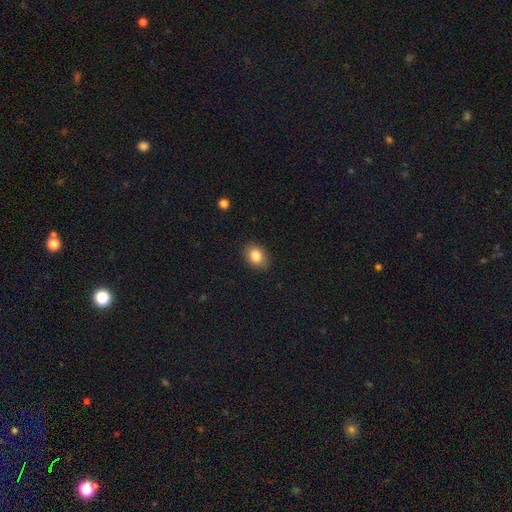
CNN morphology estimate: Overall: smooth (84%). How rounded: in between (65%; round 34%). Merging: none (88%).